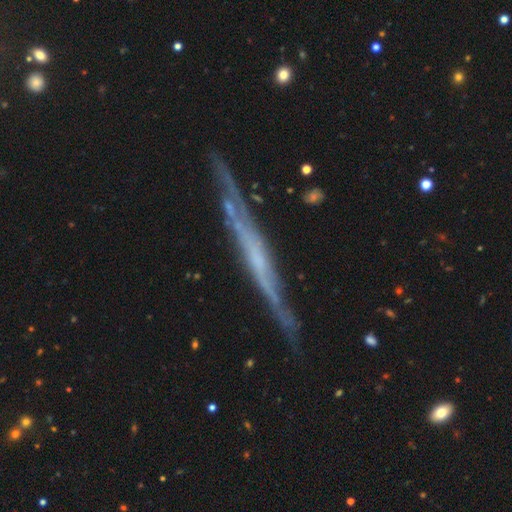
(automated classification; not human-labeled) The model was most divided on "smooth or featured": featured or disk: 73%, smooth: 18%, star or artifact: 8%. More confident: edge-on disk — yes (92%); merging — none (76%); edge-on bulge — none (75%).